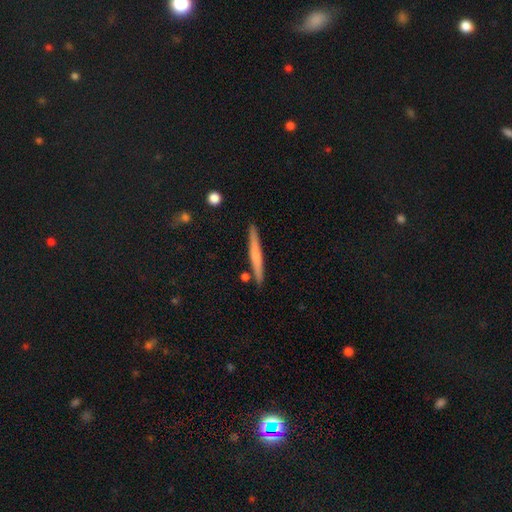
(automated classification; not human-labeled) Smooth or featured? Predicted: smooth (p=0.55). How rounded? Predicted: cigar-shaped (p=0.96). Merging? Predicted: none (p=0.87).